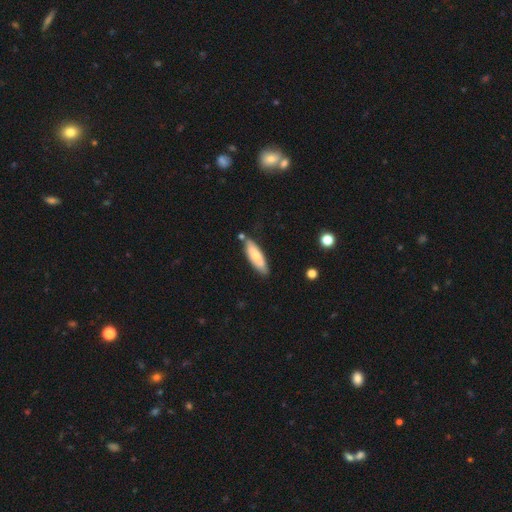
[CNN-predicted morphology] The model was most divided on "how rounded": cigar-shaped: 53%, in between: 45%, round: 1%. More confident: merging — none (74%); smooth or featured — smooth (70%).